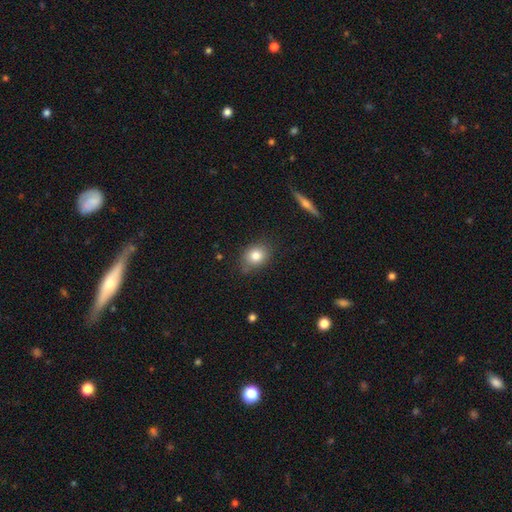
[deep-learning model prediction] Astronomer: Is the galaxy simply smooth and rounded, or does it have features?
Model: smooth — 81%.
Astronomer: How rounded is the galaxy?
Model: round — 52% (runner-up: in between, 47%).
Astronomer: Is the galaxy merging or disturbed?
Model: none — 76%.